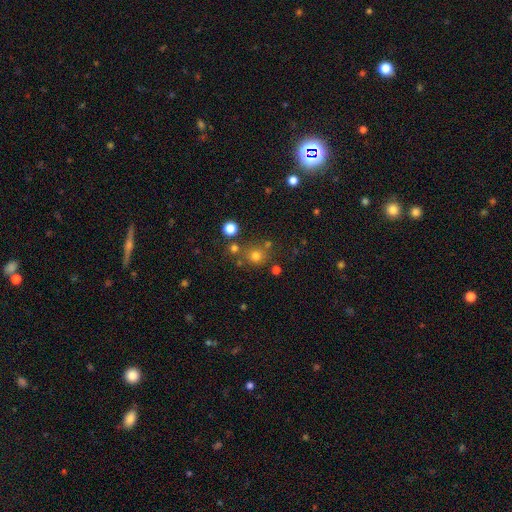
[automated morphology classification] A smooth galaxy with no disk features (73%) that is round (89%).

Vote fractions:
- Smooth or featured? smooth: 73% / star or artifact: 19% / featured or disk: 8%
- How rounded? round: 89% / in between: 10% / cigar-shaped: 1%
- Merging? none: 75% / merger: 12% / minor disturbance: 10% / major disturbance: 4%